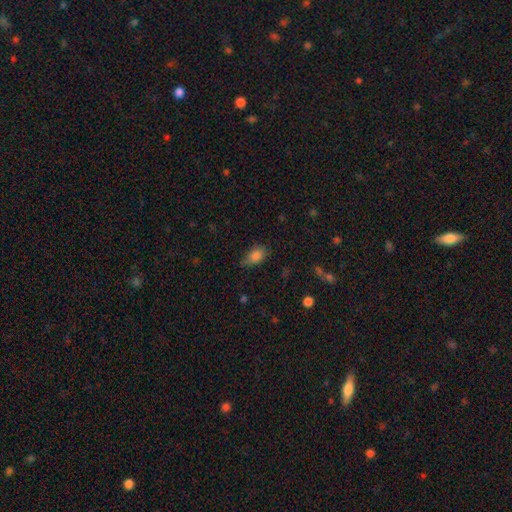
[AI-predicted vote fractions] This appears to be a smooth galaxy with no disk features (84%) that is in between round and cigar-shaped (87%). Merging: none (64%).